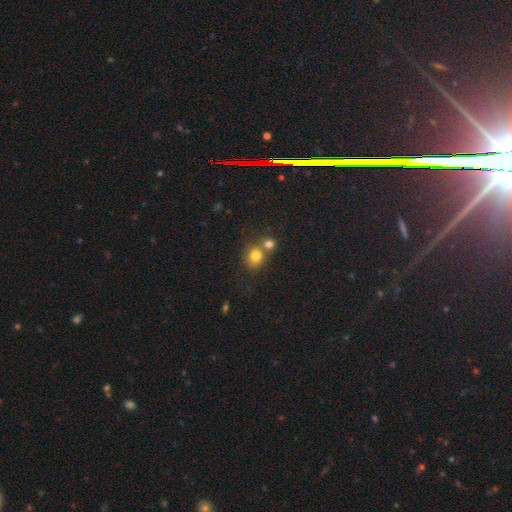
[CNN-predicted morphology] Q: Smooth or featured?
A: smooth (79%); runner-up: star or artifact (12%)
Q: How rounded?
A: round (75%); runner-up: in between (24%)
Q: Merging?
A: none (48%); runner-up: merger (40%)